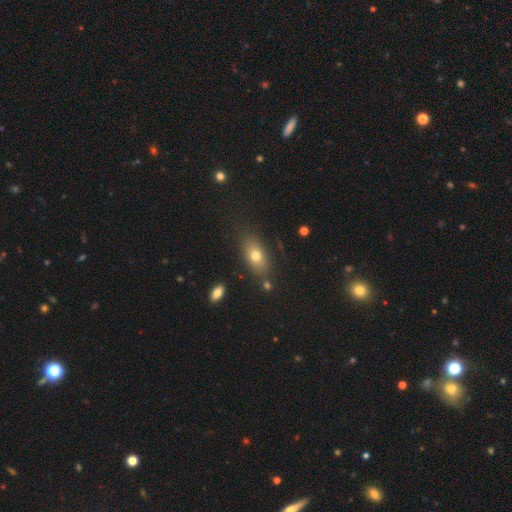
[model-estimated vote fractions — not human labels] A smooth galaxy with no disk features (71%) that is in between round and cigar-shaped (82%). Merging: none (77%).